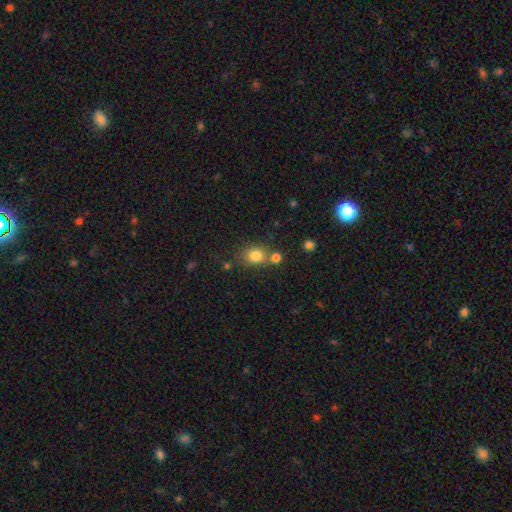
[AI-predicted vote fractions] Smooth or featured? smooth (80%)
How rounded? round (51%)
Merging? none (62%)